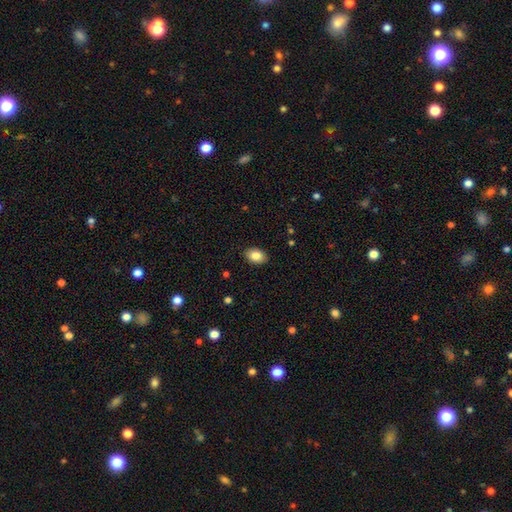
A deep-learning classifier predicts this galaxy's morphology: Smooth or featured: smooth — 84% (featured or disk — 8%)
How rounded: in between — 86% (round — 13%)
Merging: none — 89% (minor disturbance — 8%)